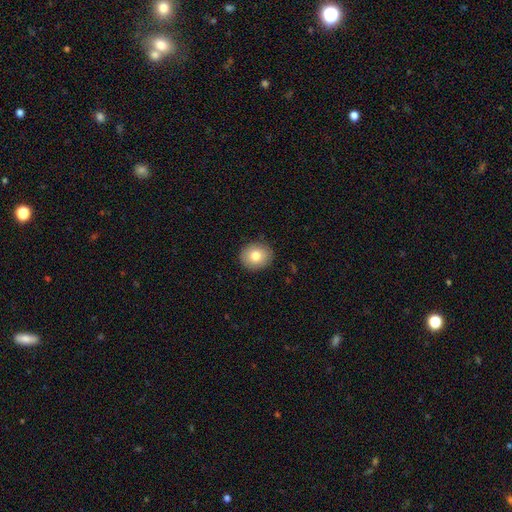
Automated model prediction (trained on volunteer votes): This appears to be a smooth galaxy with no disk features (78%) that is round (71%). Merging: none (89%).